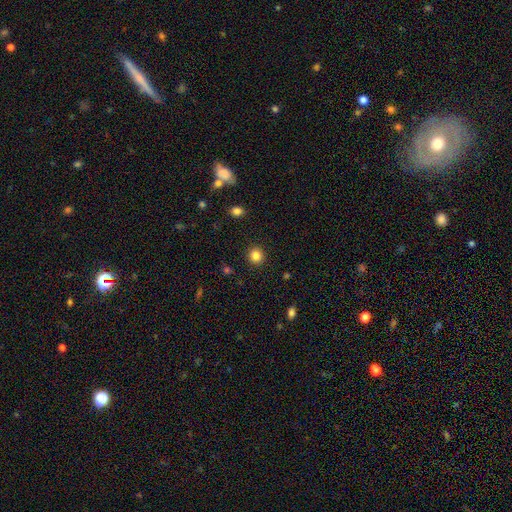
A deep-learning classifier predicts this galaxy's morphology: A smooth galaxy with no disk features (84%) that is round (91%). Merging: none (92%).